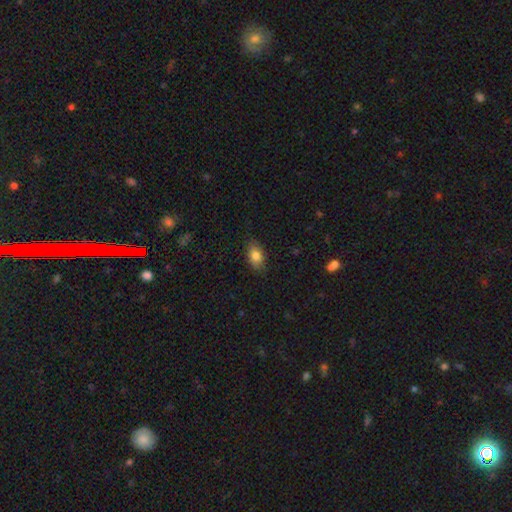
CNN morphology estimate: Smooth or featured?
  - smooth: 82% *
  - featured or disk: 10%
  - star or artifact: 8%
How rounded?
  - in between: 87% *
  - round: 11%
  - cigar-shaped: 3%
Merging?
  - none: 83% *
  - minor disturbance: 14%
  - major disturbance: 3%
  - merger: 1%